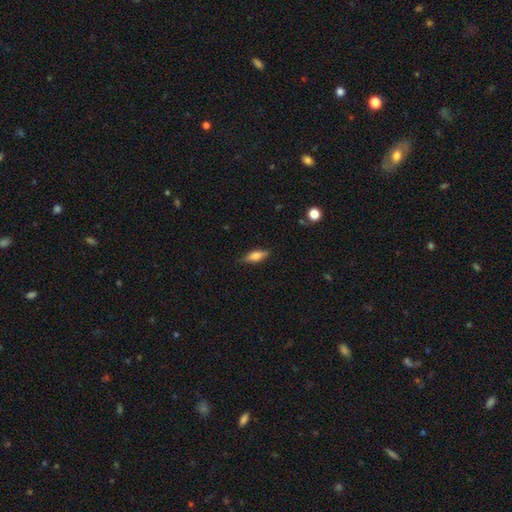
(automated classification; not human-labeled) Smooth or featured? Predicted: smooth (p=0.70). How rounded? Predicted: in between (p=0.66). Merging? Predicted: none (p=0.81).